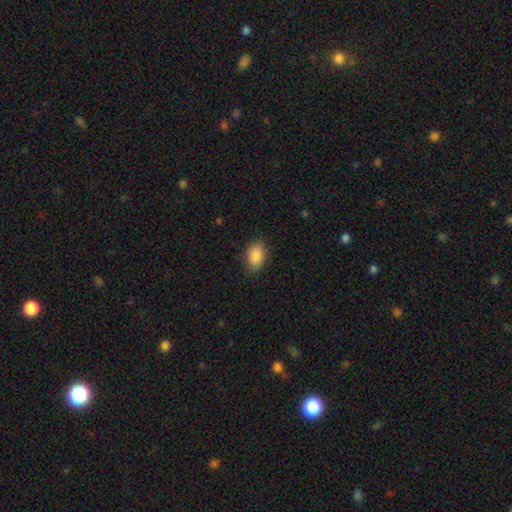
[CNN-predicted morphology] Smooth or featured? smooth (89%)
How rounded? in between (86%)
Merging? none (84%)